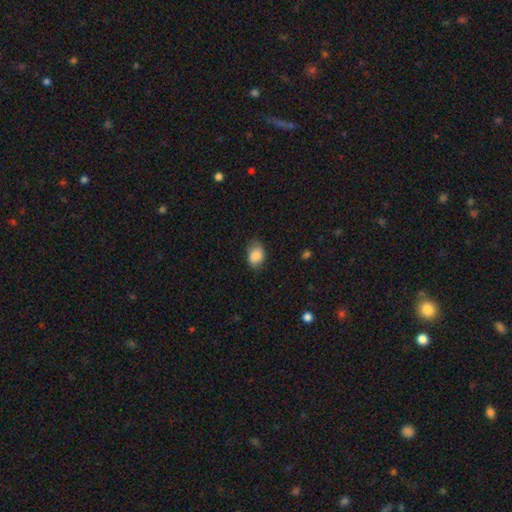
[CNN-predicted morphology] type=smooth (86%); roundness=in between (70%); merging=none (69%).